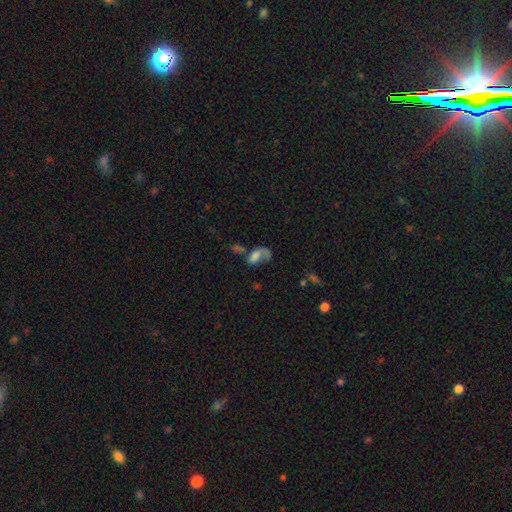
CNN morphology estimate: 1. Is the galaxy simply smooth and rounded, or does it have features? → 44% featured or disk (tied), 44% smooth (tied), 13% star or artifact.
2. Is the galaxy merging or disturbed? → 40% major disturbance, 28% none, 17% merger, 15% minor disturbance.